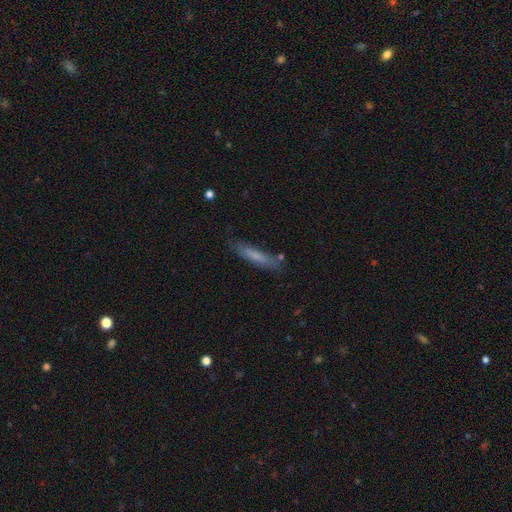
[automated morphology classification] type=smooth (69%); roundness=cigar-shaped (88%); merging=none (77%).